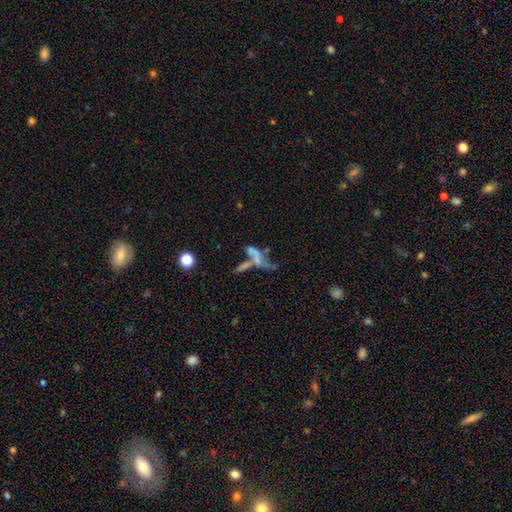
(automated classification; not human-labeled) Overall: featured or disk (47%; smooth 35%). Merging: merger (51%; major disturbance 22%).